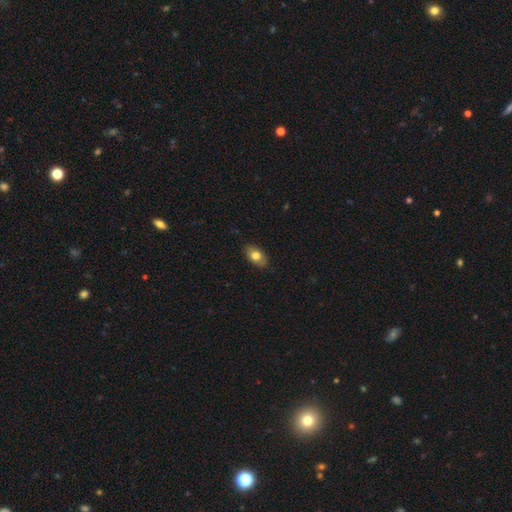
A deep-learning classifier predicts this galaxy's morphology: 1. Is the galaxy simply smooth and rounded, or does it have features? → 77% smooth, 15% featured or disk, 8% star or artifact.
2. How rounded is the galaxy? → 89% in between, 9% round, 2% cigar-shaped.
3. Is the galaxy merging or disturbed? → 85% none, 12% minor disturbance, 2% major disturbance, 1% merger.